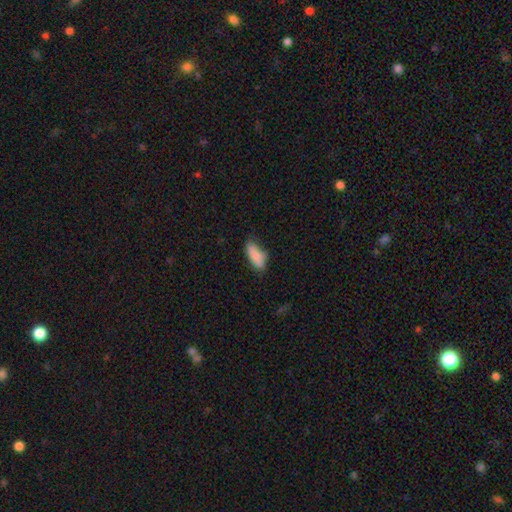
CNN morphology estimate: smooth 83%, featured or disk 10%, star or artifact 7%. Down the decision tree: how rounded — in between (76%); merging — none (55%).